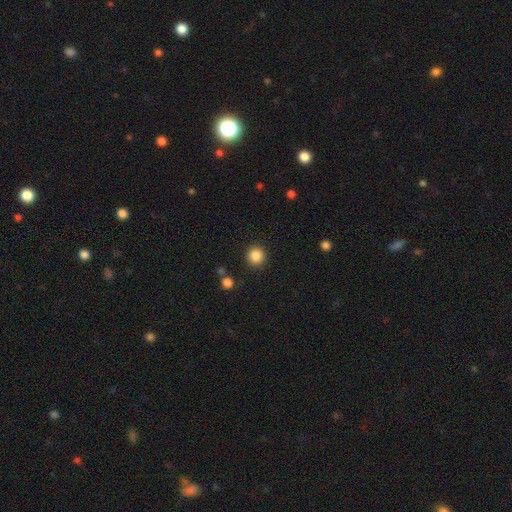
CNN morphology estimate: A smooth galaxy with no disk features (87%) that is round (93%).

Vote fractions:
- Smooth or featured? smooth: 87% / star or artifact: 10% / featured or disk: 3%
- How rounded? round: 93% / in between: 6% / cigar-shaped: 1%
- Merging? none: 90% / minor disturbance: 6% / major disturbance: 2% / merger: 2%